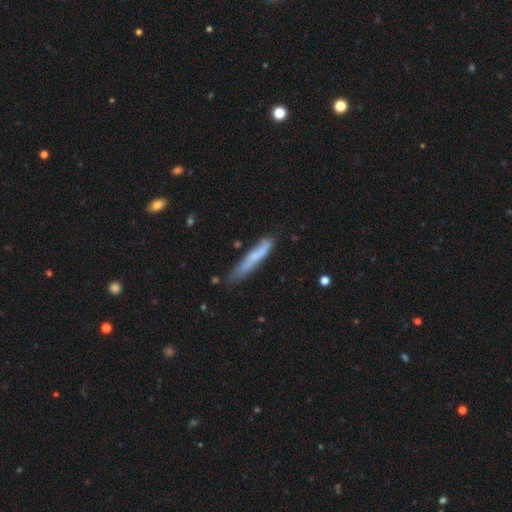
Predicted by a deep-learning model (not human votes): Q: Smooth or featured?
A: smooth (60%); runner-up: featured or disk (33%)
Q: How rounded?
A: cigar-shaped (92%); runner-up: in between (6%)
Q: Merging?
A: none (64%); runner-up: minor disturbance (26%)